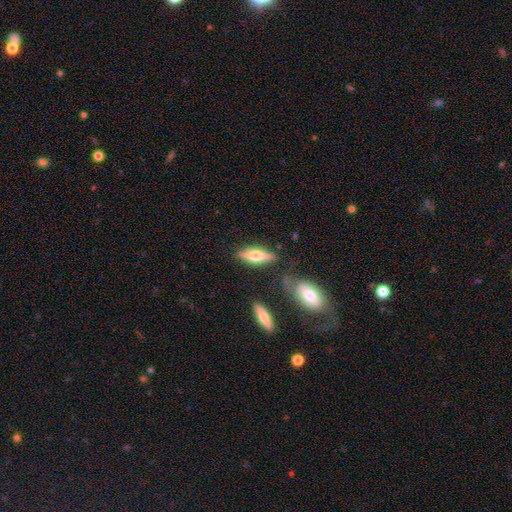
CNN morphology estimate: This is possibly a featured or disk galaxy (56%). It is clearly viewed edge-on (93%). Edge-on bulge: clearly rounded (93%). Merging: likely none (77%).